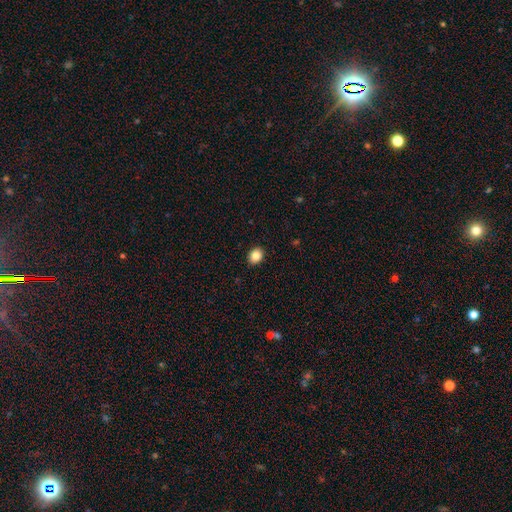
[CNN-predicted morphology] Smooth or featured?
  - smooth: 86% *
  - star or artifact: 9%
  - featured or disk: 5%
How rounded?
  - in between: 52% *
  - round: 47%
  - cigar-shaped: 1%
Merging?
  - none: 91% *
  - minor disturbance: 6%
  - major disturbance: 2%
  - merger: 1%